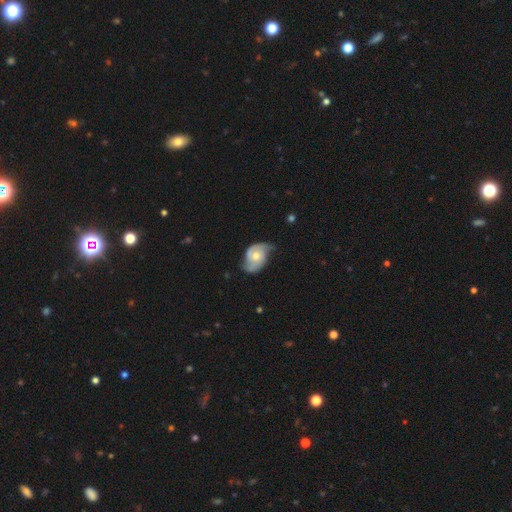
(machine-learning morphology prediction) Smooth or featured: featured or disk — 76% (smooth — 18%)
Edge-on disk: no — 97% (yes — 3%)
Bar: no — 73% (weak — 23%)
Spiral arms: yes — 92% (no — 8%)
Spiral winding: medium — 43% (loose — 30%)
Spiral arm count: 2 — 81% (can't tell — 8%)
Bulge size: moderate — 60% (small — 34%)
Merging: none — 54% (minor disturbance — 31%)